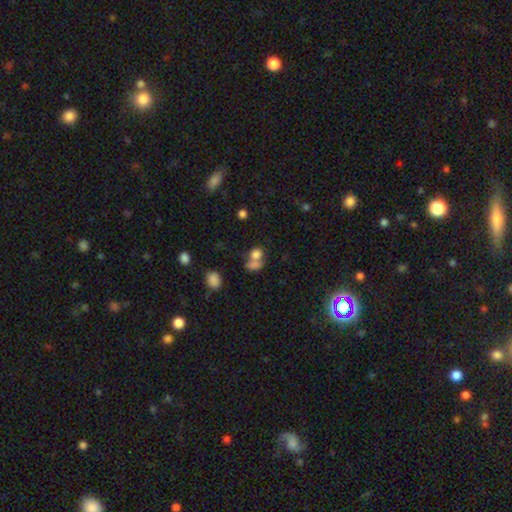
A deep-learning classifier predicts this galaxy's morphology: type=smooth (74%); roundness=round (56%); merging=merger (56%).